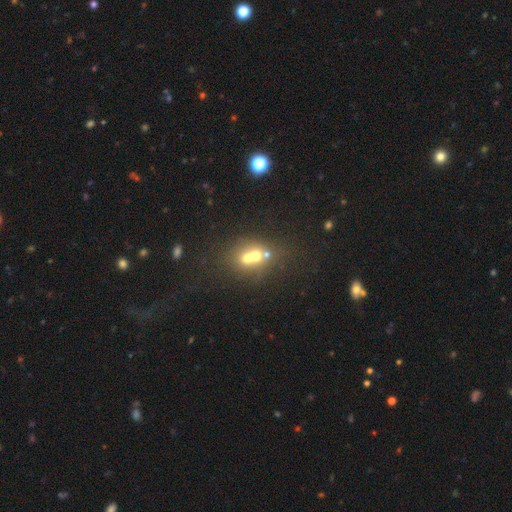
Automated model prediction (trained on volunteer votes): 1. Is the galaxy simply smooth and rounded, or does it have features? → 55% smooth, 28% featured or disk, 16% star or artifact.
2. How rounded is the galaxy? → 65% round, 34% in between, 1% cigar-shaped.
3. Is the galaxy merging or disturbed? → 62% merger, 27% none, 6% minor disturbance, 4% major disturbance.